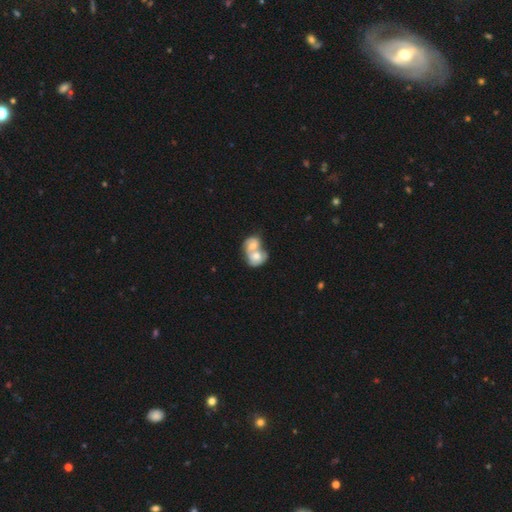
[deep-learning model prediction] This appears to be a smooth galaxy with no disk features (49%). Merging: merger (82%).